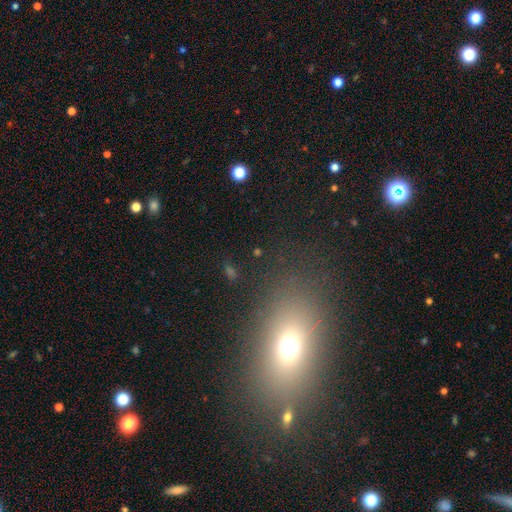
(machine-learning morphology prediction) Smooth or featured? Predicted: smooth (p=0.60). How rounded? Predicted: in between (p=0.71). Merging? Predicted: none (p=0.83).